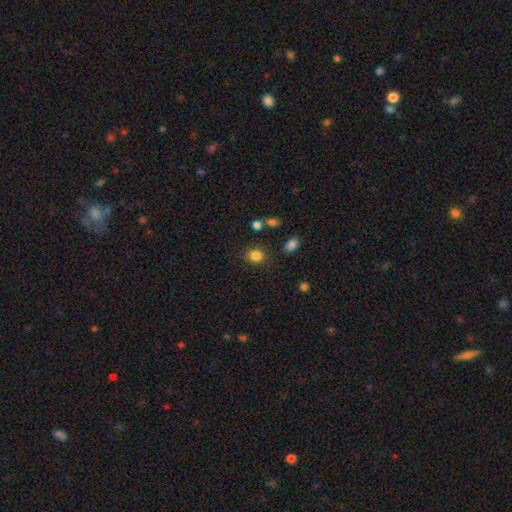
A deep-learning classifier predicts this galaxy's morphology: Overall: smooth (84%). How rounded: round (66%; in between 33%). Merging: none (82%).